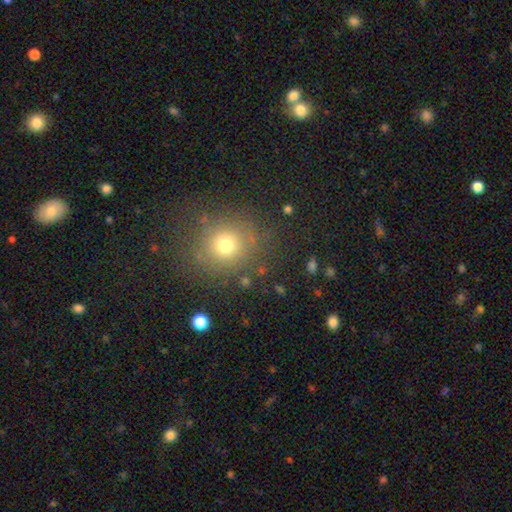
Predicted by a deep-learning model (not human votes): Smooth or featured?
  - smooth: 63% *
  - star or artifact: 28%
  - featured or disk: 9%
How rounded?
  - round: 84% *
  - in between: 15%
  - cigar-shaped: 1%
Merging?
  - none: 86% *
  - minor disturbance: 9%
  - major disturbance: 4%
  - merger: 2%